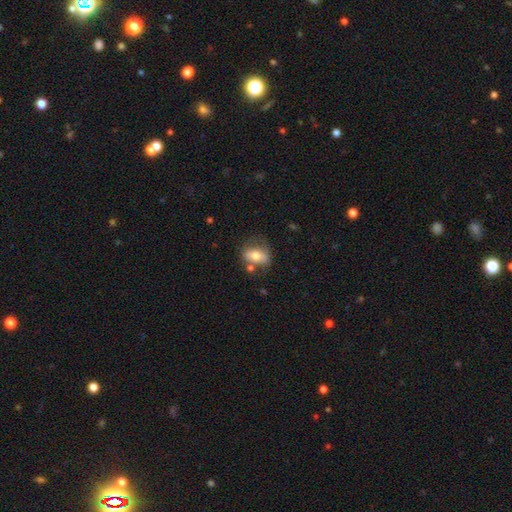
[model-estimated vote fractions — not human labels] The model was most divided on "merging": none: 52%, minor disturbance: 23%, merger: 14%, major disturbance: 11%. More confident: how rounded — in between (77%); smooth or featured — smooth (61%).